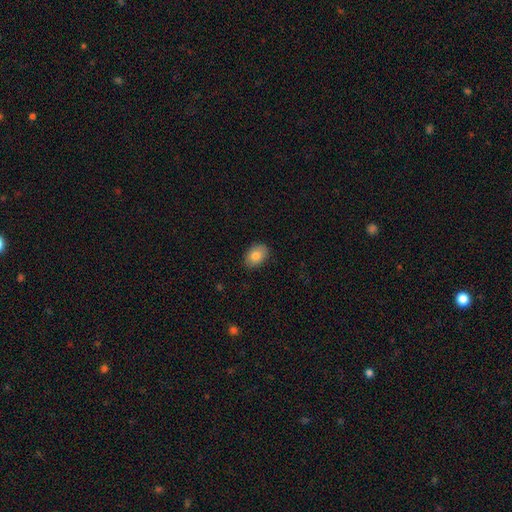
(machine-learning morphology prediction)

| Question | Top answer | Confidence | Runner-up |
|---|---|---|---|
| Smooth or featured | smooth | 82% | featured or disk (10%) |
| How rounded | in between | 81% | round (18%) |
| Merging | none | 88% | minor disturbance (9%) |